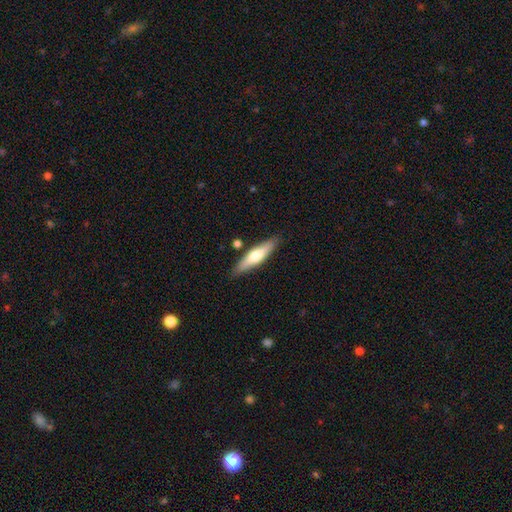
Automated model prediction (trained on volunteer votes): The model was most divided on "smooth or featured": smooth: 57%, featured or disk: 37%, star or artifact: 6%. More confident: merging — none (84%); how rounded — cigar-shaped (73%).